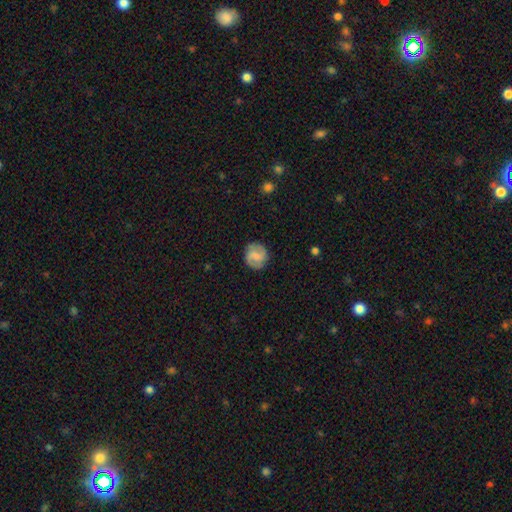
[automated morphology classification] The model was most divided on "bulge size": small: 38%, moderate: 29%, none: 27%, large: 4%, dominant: 1%. More confident: edge-on disk — no (98%); spiral arms — yes (85%); merging — none (85%); bar — weak (53%); smooth or featured — featured or disk (51%).